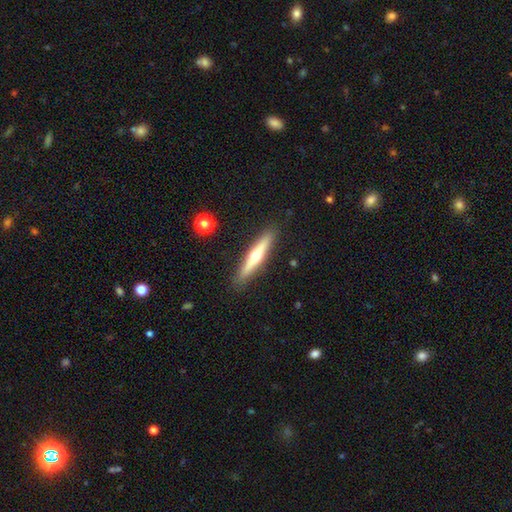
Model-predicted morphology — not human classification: Smooth or featured? featured or disk (54%)
Edge-on disk? yes (95%)
Edge-on bulge? rounded (85%)
Merging? none (89%)